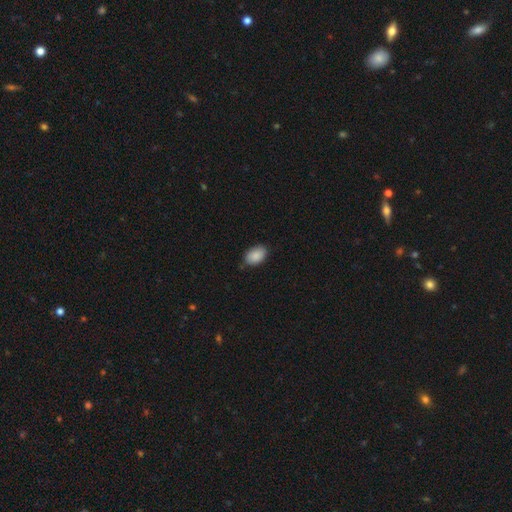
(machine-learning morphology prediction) Smooth or featured? smooth (89%)
How rounded? in between (89%)
Merging? none (80%)